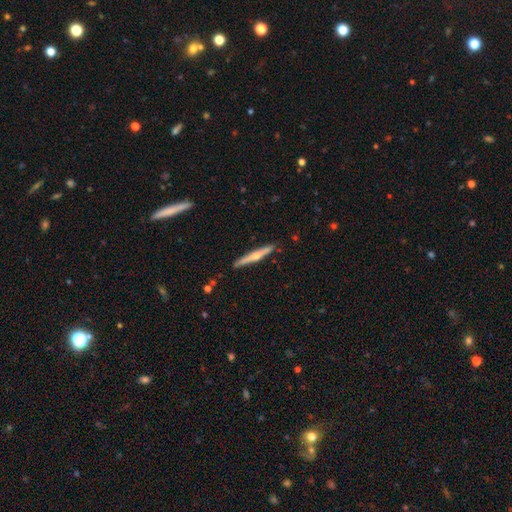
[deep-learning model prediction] Smooth or featured?
  - featured or disk: 66% *
  - smooth: 28%
  - star or artifact: 6%
Edge-on disk?
  - yes: 96% *
  - no: 4%
Edge-on bulge?
  - rounded: 82% *
  - none: 14%
  - boxy: 4%
Merging?
  - none: 87% *
  - minor disturbance: 10%
  - major disturbance: 2%
  - merger: 2%